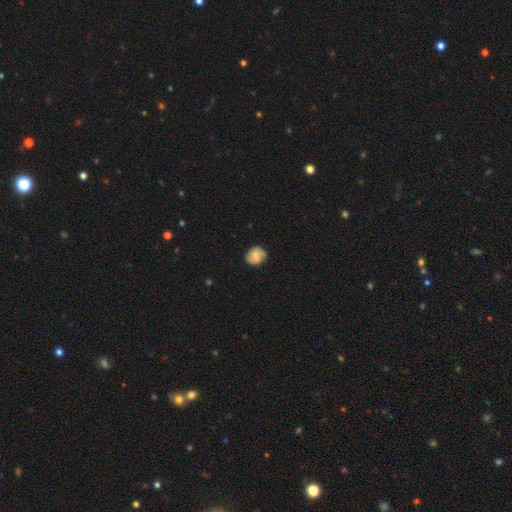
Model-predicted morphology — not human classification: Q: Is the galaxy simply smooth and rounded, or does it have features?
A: smooth — 52%.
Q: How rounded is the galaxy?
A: round — 74%.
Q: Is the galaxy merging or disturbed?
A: none — 75%.